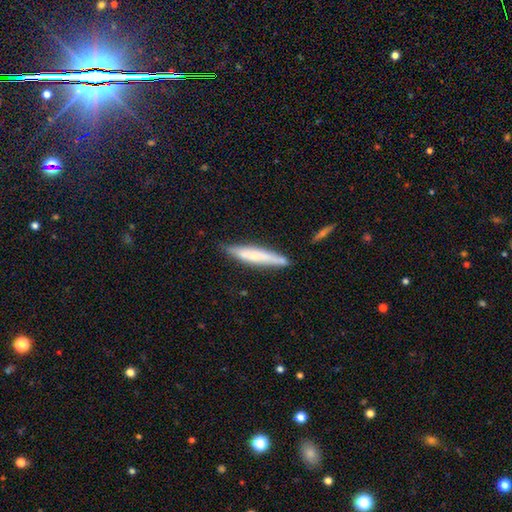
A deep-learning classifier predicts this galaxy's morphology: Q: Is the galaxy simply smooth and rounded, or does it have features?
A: smooth — 59%.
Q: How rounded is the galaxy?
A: cigar-shaped — 90%.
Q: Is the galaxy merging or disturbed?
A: none — 75%.